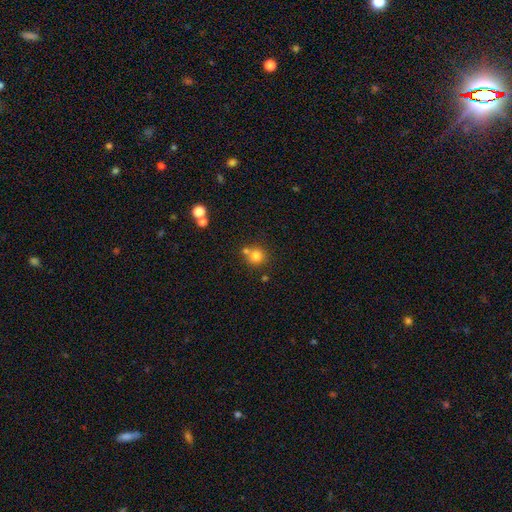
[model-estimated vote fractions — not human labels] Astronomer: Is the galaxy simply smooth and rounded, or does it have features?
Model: smooth — 78%.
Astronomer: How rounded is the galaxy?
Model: round — 91%.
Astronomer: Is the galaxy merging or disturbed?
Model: none — 63%.